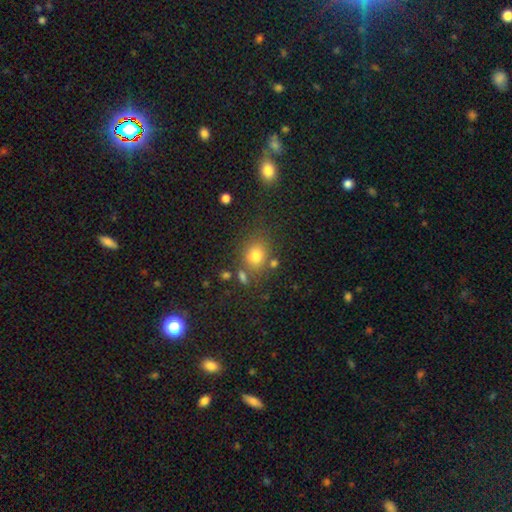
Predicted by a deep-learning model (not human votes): Smooth or featured? smooth (76%)
How rounded? round (62%)
Merging? none (70%)